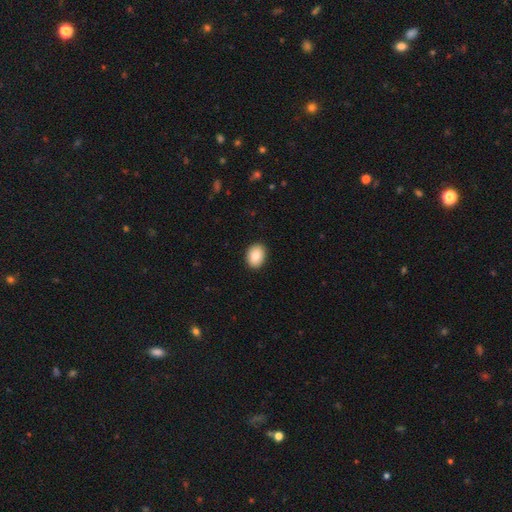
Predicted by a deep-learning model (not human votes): smooth 87%, star or artifact 7%, featured or disk 6%. Down the decision tree: how rounded — in between (71%); merging — none (91%).